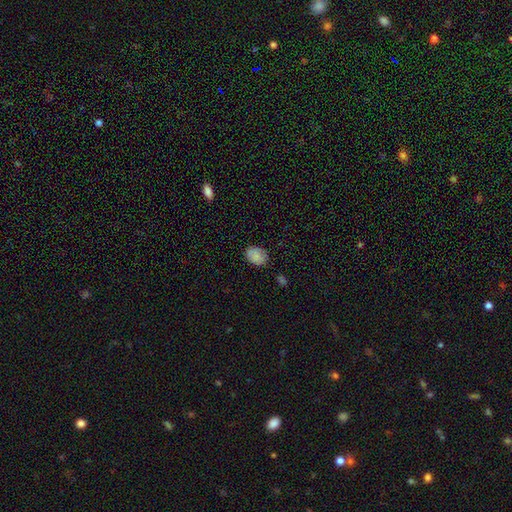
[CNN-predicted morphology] smooth-or-featured: smooth: 86% | star or artifact: 9% | featured or disk: 5%
  how-rounded: in between: 72% | round: 27% | cigar-shaped: 1%
  merging: none: 78% | minor disturbance: 17% | major disturbance: 3% | merger: 2%